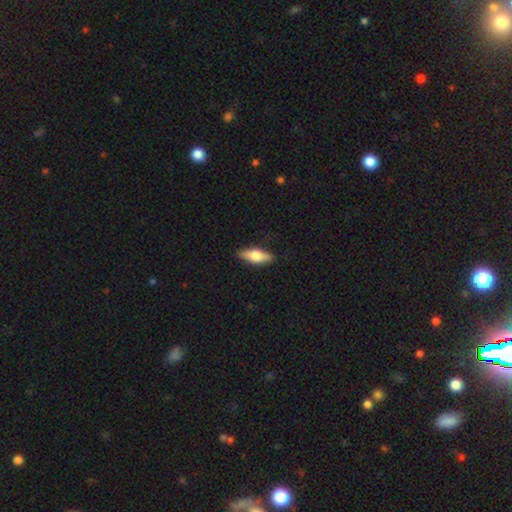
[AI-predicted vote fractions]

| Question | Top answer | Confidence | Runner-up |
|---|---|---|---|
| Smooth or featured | smooth | 59% | featured or disk (35%) |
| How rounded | in between | 62% | cigar-shaped (35%) |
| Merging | none | 88% | minor disturbance (10%) |